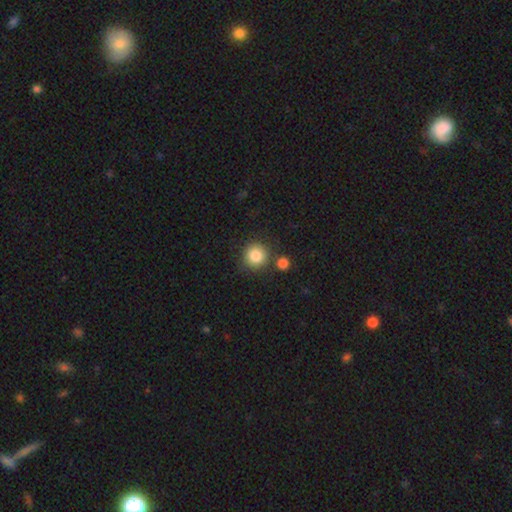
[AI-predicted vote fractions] A smooth galaxy with no disk features (85%) that is round (93%). Merging: none (78%).